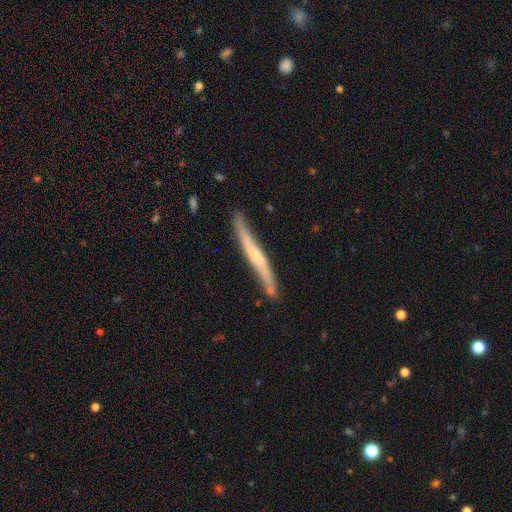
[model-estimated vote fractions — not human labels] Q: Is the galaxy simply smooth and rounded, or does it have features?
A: featured or disk — 58%.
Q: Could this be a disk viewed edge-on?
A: yes — 89%.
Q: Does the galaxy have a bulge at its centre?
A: none — 52%.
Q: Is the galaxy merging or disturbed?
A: none — 77%.